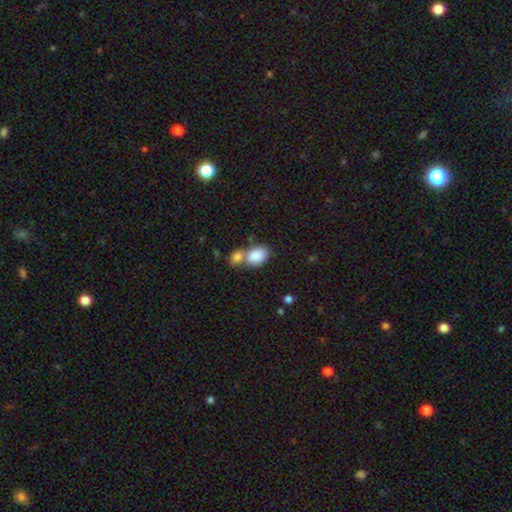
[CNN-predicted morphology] This is clearly a smooth galaxy (86%). How rounded: clearly in between (83%). Merging: possibly merger (54%).